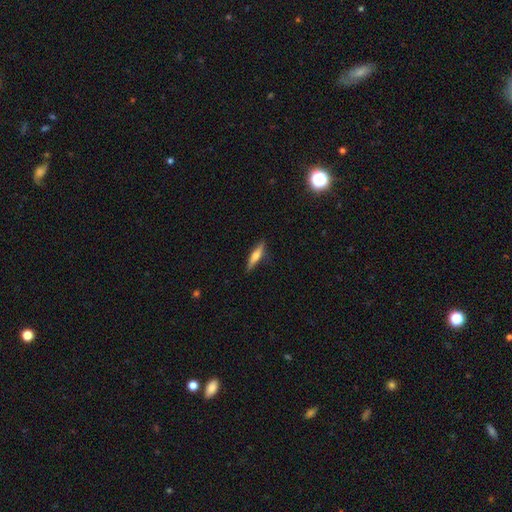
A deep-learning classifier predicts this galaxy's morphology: The model was most divided on "smooth or featured": smooth: 55%, featured or disk: 39%, star or artifact: 6%. More confident: merging — none (86%); how rounded — cigar-shaped (81%).